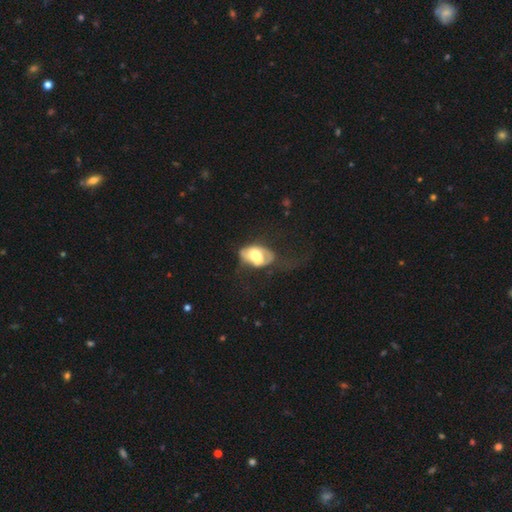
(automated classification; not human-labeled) Overall: smooth (49%; featured or disk 44%). Merging: major disturbance (39%; none 31%).